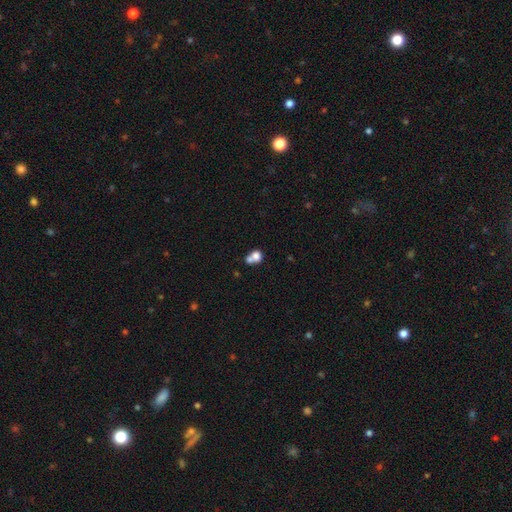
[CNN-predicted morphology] The model was most divided on "merging": merger: 58%, none: 29%, minor disturbance: 8%, major disturbance: 5%. More confident: smooth or featured — smooth (74%); how rounded — round (67%).